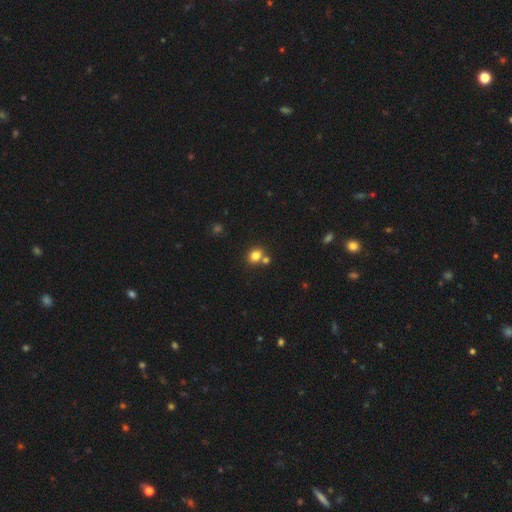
Overall: smooth (92%). How rounded: round (65%; in between 35%). Merging: none (71%).